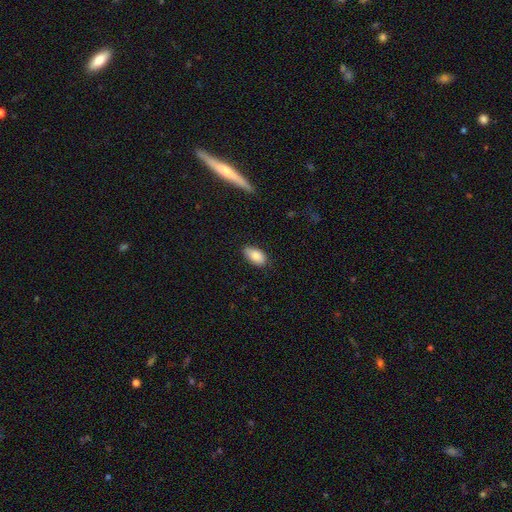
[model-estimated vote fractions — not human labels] This is clearly a smooth galaxy (84%). How rounded: clearly in between (94%). Merging: likely none (78%).